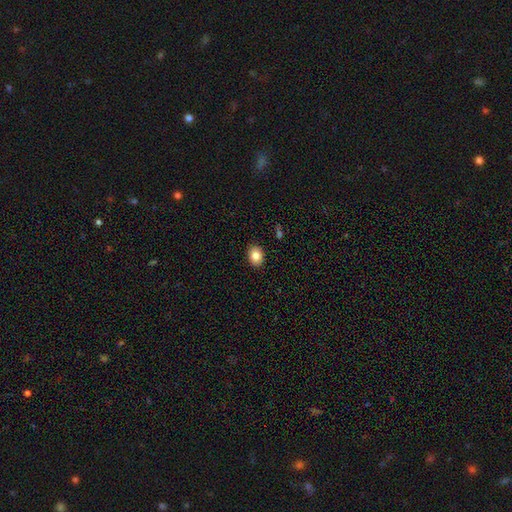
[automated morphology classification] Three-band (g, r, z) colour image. It shows a smooth galaxy with no disk features (85%) that is in between round and cigar-shaped (65%). Merging: none (90%).